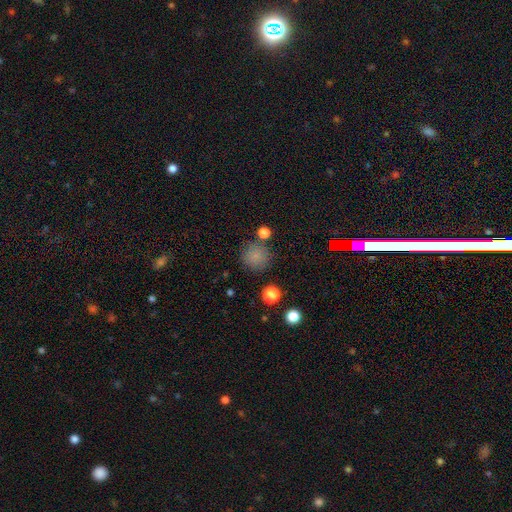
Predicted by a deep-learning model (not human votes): Overall: smooth (81%). How rounded: round (94%). Merging: none (82%).